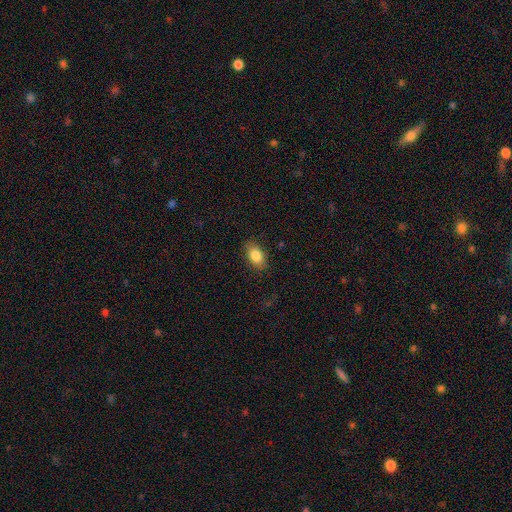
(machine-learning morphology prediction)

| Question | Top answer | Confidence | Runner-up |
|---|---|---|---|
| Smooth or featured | smooth | 85% | featured or disk (8%) |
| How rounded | in between | 89% | round (9%) |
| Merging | none | 86% | minor disturbance (11%) |